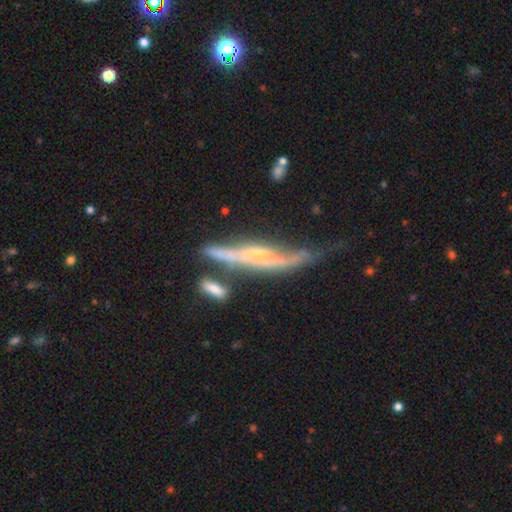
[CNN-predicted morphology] This is likely a featured or disk galaxy (75%). It is likely viewed edge-on (71%). Edge-on bulge: possibly rounded (56%). Merging: marginally none (35%).